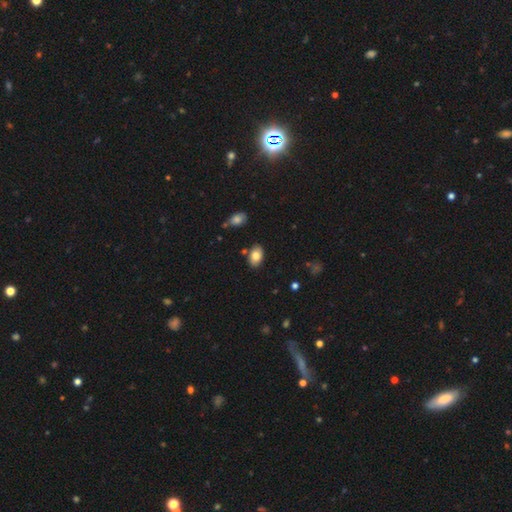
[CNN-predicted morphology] Q: Smooth or featured?
A: smooth (81%); runner-up: featured or disk (11%)
Q: How rounded?
A: in between (90%); runner-up: round (9%)
Q: Merging?
A: none (82%); runner-up: minor disturbance (12%)